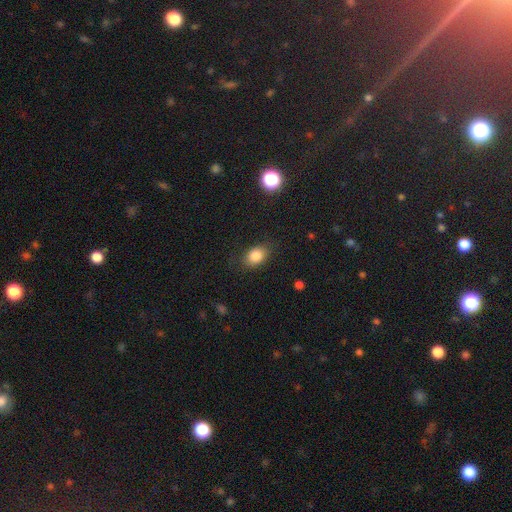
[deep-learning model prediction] Morphology: type=smooth (84%); roundness=in between (76%); merging=none (81%).